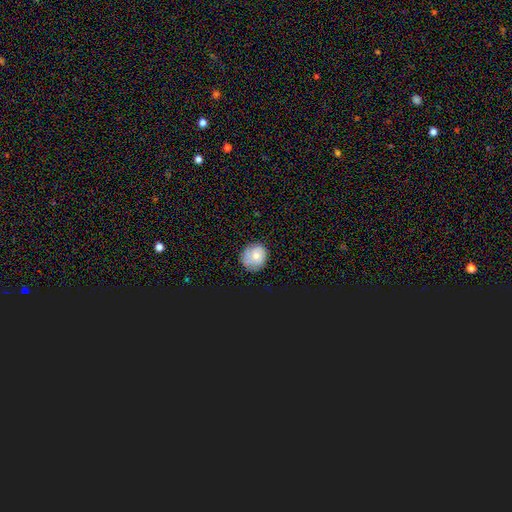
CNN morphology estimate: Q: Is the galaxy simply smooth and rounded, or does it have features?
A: smooth — 67%.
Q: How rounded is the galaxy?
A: round — 84%.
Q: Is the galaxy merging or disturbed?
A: none — 77%.